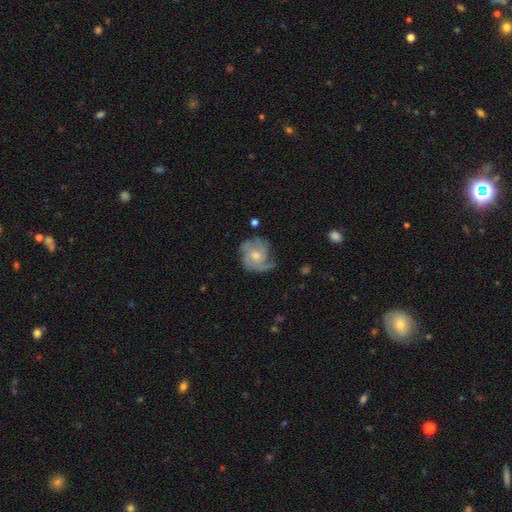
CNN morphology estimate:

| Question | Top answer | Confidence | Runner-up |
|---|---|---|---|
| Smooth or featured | featured or disk | 80% | smooth (15%) |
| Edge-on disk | no | 98% | yes (2%) |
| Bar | no | 73% | weak (24%) |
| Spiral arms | yes | 93% | no (7%) |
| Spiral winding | tight | 50% | medium (37%) |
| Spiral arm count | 3 | 32% | can't tell (24%) |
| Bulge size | moderate | 59% | small (32%) |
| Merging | none | 61% | minor disturbance (24%) |